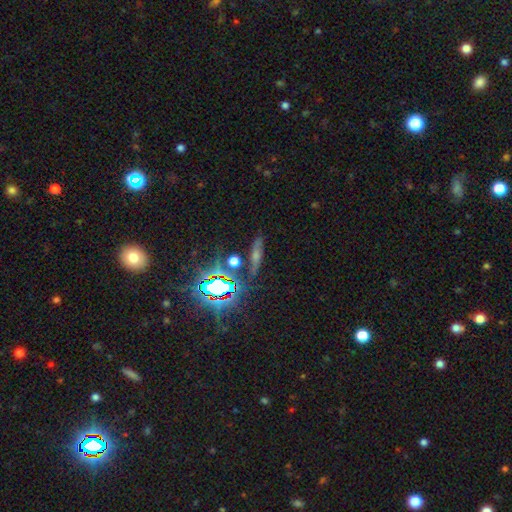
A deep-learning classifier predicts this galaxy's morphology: This appears to be a star or artifact, not a galaxy (41%).